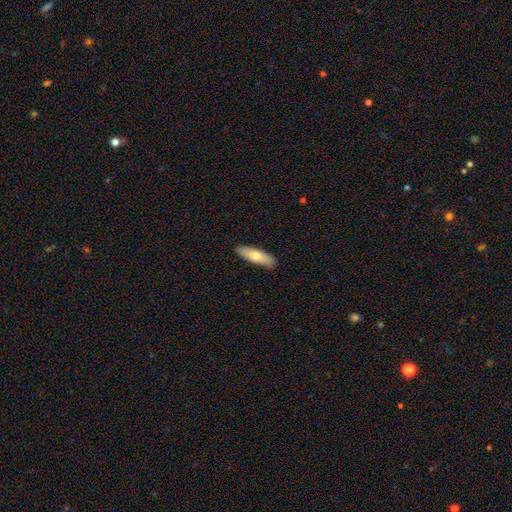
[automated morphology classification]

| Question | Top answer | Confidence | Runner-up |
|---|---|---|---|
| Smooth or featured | smooth | 67% | featured or disk (27%) |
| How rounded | cigar-shaped | 62% | in between (36%) |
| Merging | none | 90% | minor disturbance (7%) |